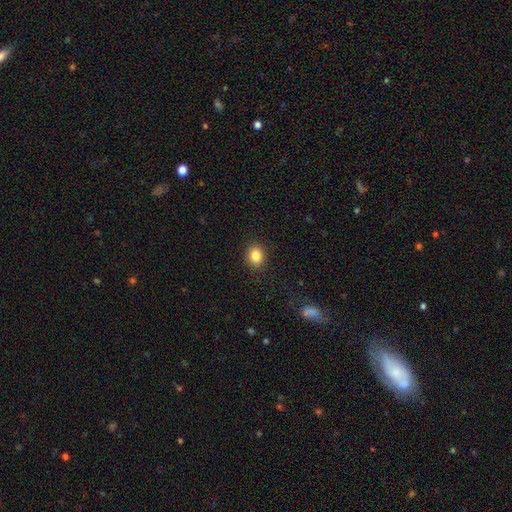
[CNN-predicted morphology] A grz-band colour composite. It shows a smooth galaxy with no disk features (84%) that is round (66%). Merging: none (90%).